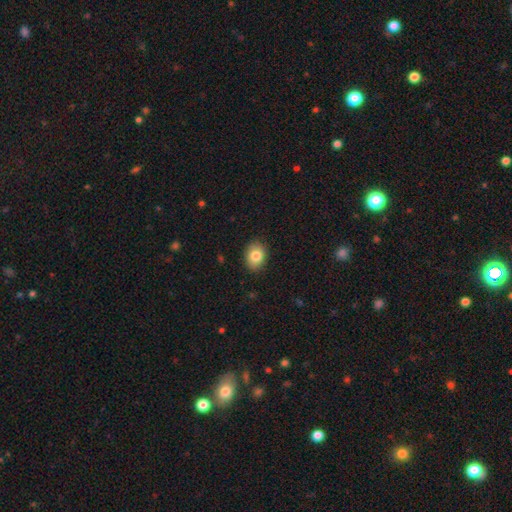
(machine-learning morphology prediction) smooth-or-featured: smooth: 83% | featured or disk: 9% | star or artifact: 8%
  how-rounded: in between: 69% | round: 30% | cigar-shaped: 1%
  merging: none: 88% | minor disturbance: 9% | major disturbance: 2% | merger: 1%